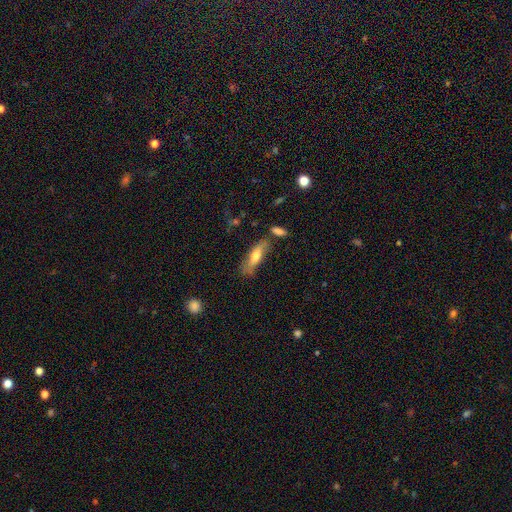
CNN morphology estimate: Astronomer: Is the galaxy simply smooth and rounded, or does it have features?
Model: smooth — 61%.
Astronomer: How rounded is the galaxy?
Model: cigar-shaped — 54% (runner-up: in between, 44%).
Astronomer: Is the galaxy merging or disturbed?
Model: none — 67%.